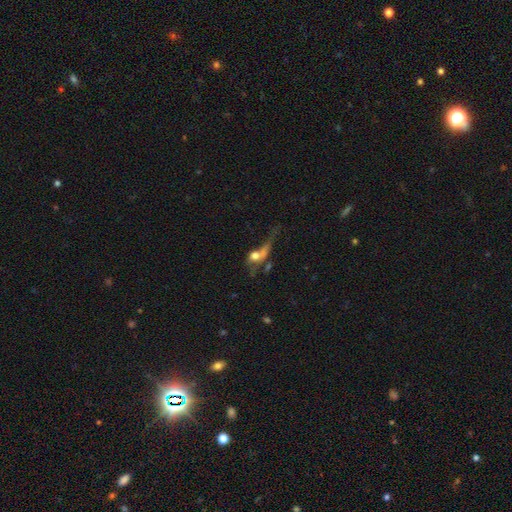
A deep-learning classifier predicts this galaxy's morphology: Q: Smooth or featured?
A: smooth (48%); runner-up: featured or disk (37%)
Q: Merging?
A: major disturbance (38%); runner-up: merger (32%)